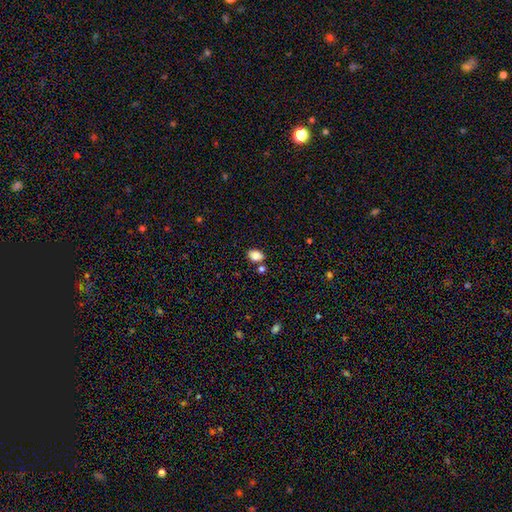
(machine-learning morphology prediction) The model was most divided on "merging": none: 74%, minor disturbance: 12%, merger: 11%, major disturbance: 3%. More confident: smooth or featured — smooth (86%); how rounded — in between (81%).